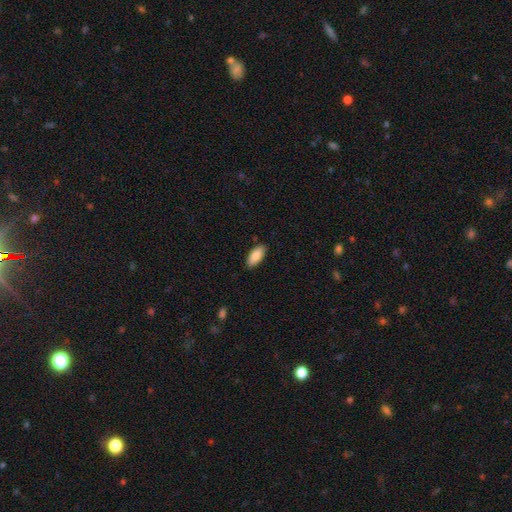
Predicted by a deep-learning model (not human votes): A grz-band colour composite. It shows a smooth galaxy with no disk features (88%) that is in between round and cigar-shaped (88%). Merging: none (88%).